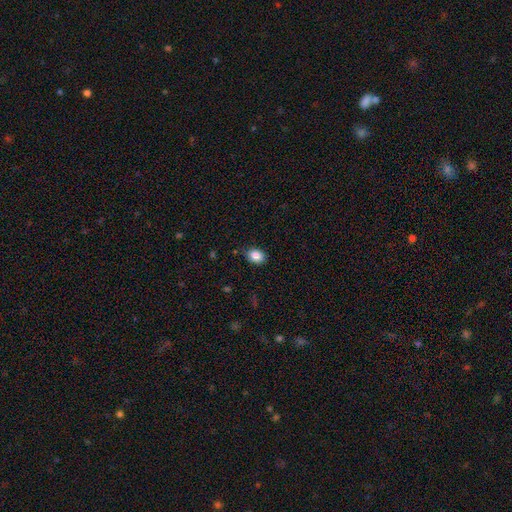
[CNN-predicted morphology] A smooth galaxy with no disk features (87%) that is in between round and cigar-shaped (71%).

Vote fractions:
- Smooth or featured? smooth: 87% / star or artifact: 9% / featured or disk: 5%
- How rounded? in between: 71% / round: 28% / cigar-shaped: 1%
- Merging? none: 83% / minor disturbance: 13% / major disturbance: 3% / merger: 1%